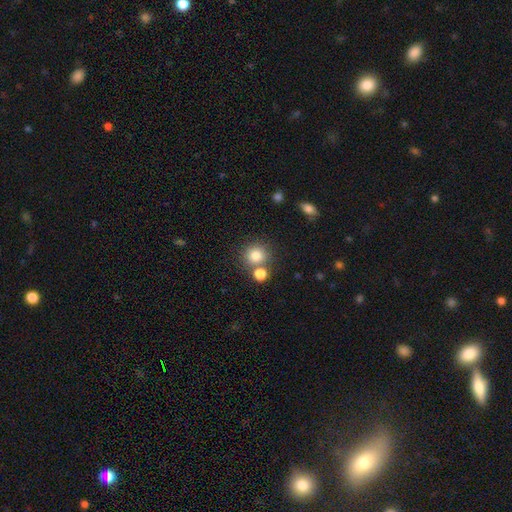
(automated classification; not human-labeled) Smooth or featured? Predicted: smooth (p=0.81). How rounded? Predicted: round (p=0.90). Merging? Predicted: none (p=0.70).